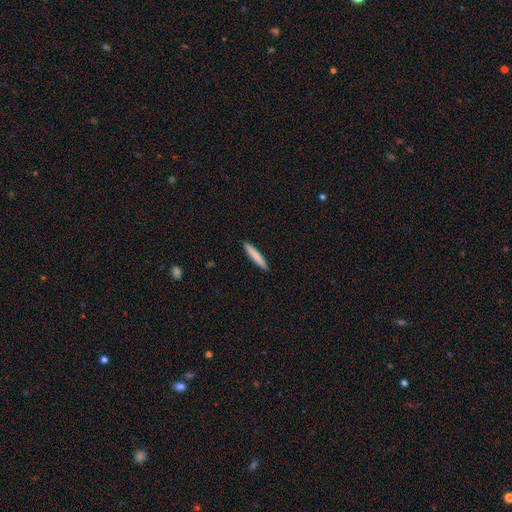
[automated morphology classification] type=smooth (82%); roundness=cigar-shaped (94%); merging=none (92%).